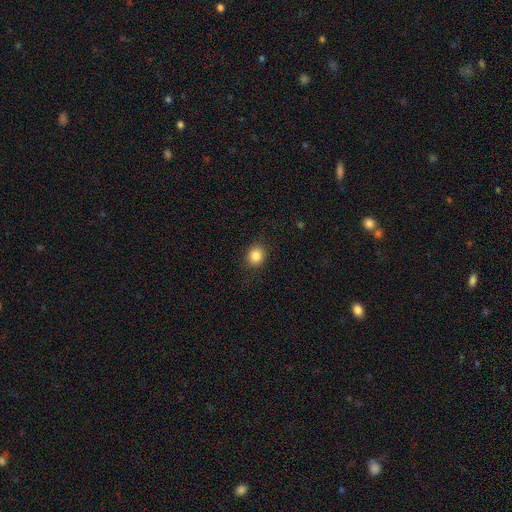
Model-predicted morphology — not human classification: Smooth or featured? smooth (85%)
How rounded? round (61%)
Merging? none (87%)